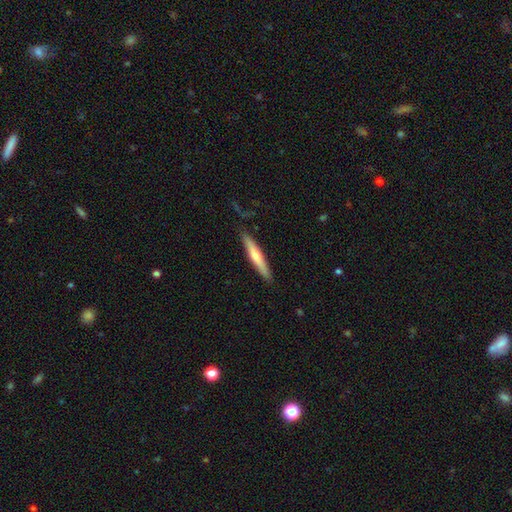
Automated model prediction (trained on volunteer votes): The model was most divided on "smooth or featured": smooth: 57%, featured or disk: 38%, star or artifact: 5%. More confident: how rounded — cigar-shaped (93%); merging — none (87%).